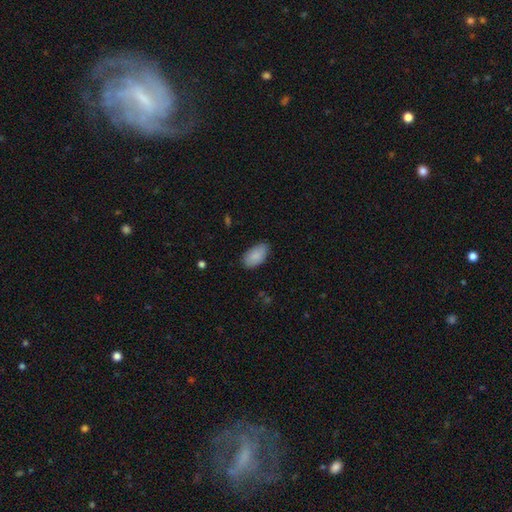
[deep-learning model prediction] A smooth galaxy with no disk features (88%) that is in between round and cigar-shaped (95%).

Vote fractions:
- Smooth or featured? smooth: 88% / star or artifact: 6% / featured or disk: 6%
- How rounded? in between: 95% / round: 3% / cigar-shaped: 2%
- Merging? none: 78% / minor disturbance: 18% / major disturbance: 3% / merger: 1%